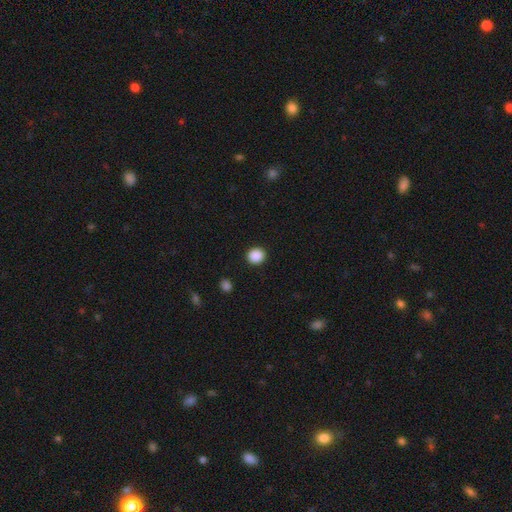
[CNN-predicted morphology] smooth 89%, star or artifact 9%, featured or disk 2%. Down the decision tree: how rounded — round (89%); merging — none (92%).